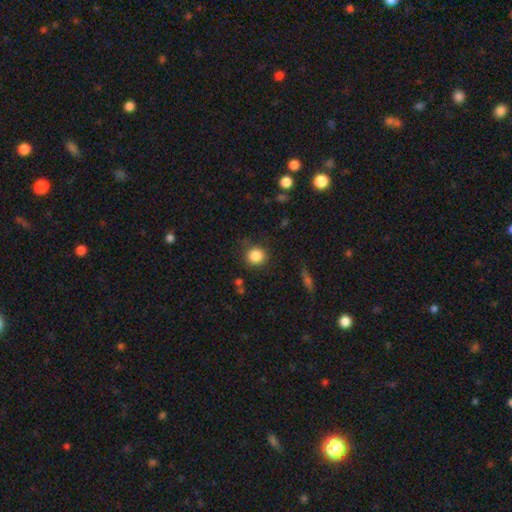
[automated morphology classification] Smooth or featured: smooth — 86% (star or artifact — 10%)
How rounded: round — 89% (in between — 10%)
Merging: none — 84% (minor disturbance — 10%)